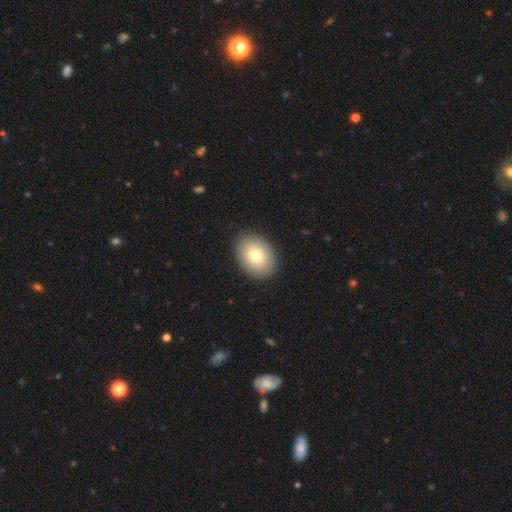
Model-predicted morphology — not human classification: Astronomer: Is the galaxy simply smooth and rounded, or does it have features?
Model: smooth — 79%.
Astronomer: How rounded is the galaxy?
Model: in between — 73%.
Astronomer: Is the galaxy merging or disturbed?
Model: none — 90%.